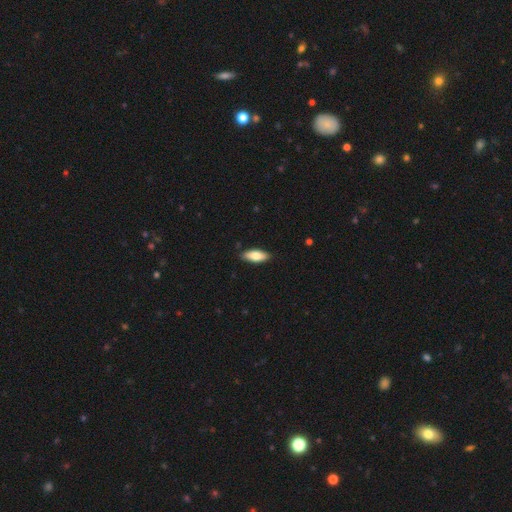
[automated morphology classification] Smooth or featured? Predicted: smooth (p=0.74). How rounded? Predicted: in between (p=0.74). Merging? Predicted: none (p=0.87).